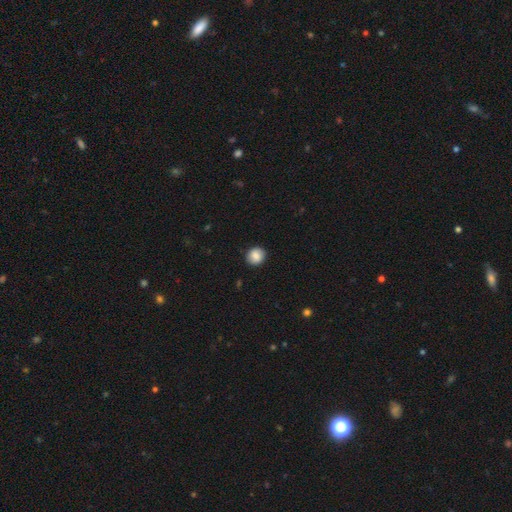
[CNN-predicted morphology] A smooth galaxy with no disk features (87%) that is round (82%).

Vote fractions:
- Smooth or featured? smooth: 87% / star or artifact: 8% / featured or disk: 5%
- How rounded? round: 82% / in between: 17% / cigar-shaped: 1%
- Merging? none: 89% / minor disturbance: 8% / major disturbance: 2% / merger: 1%